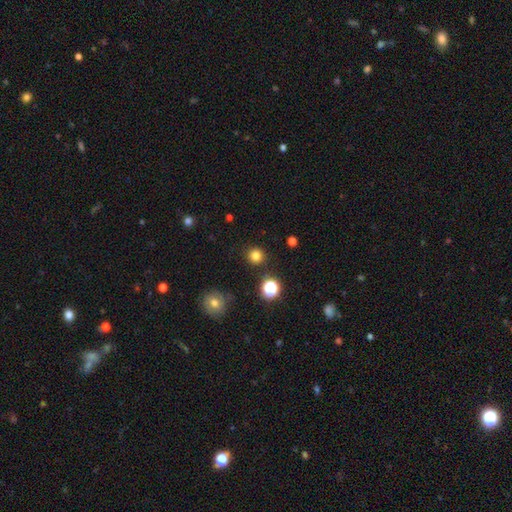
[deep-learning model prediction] This appears to be a smooth galaxy with no disk features (79%) that is round (92%). Merging: none (88%).